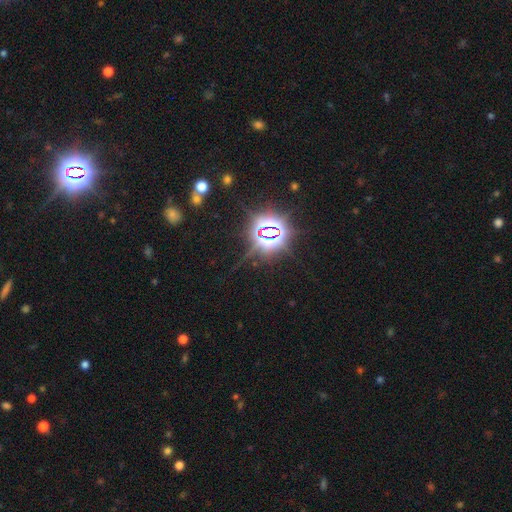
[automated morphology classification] Q: Smooth or featured?
A: star or artifact (78%); runner-up: smooth (16%)